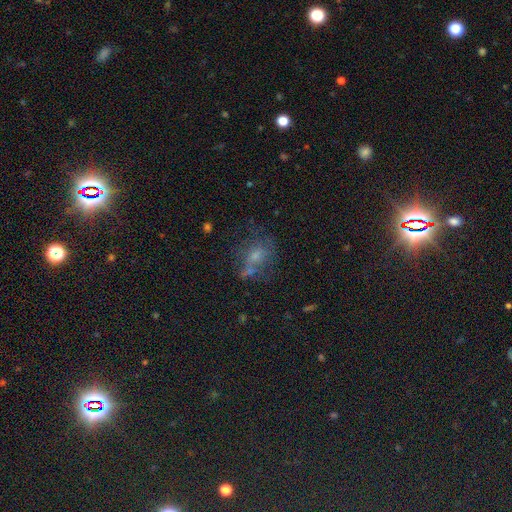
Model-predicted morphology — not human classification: Overall: smooth (45%; featured or disk 32%). Merging: none (45%; minor disturbance 20%).